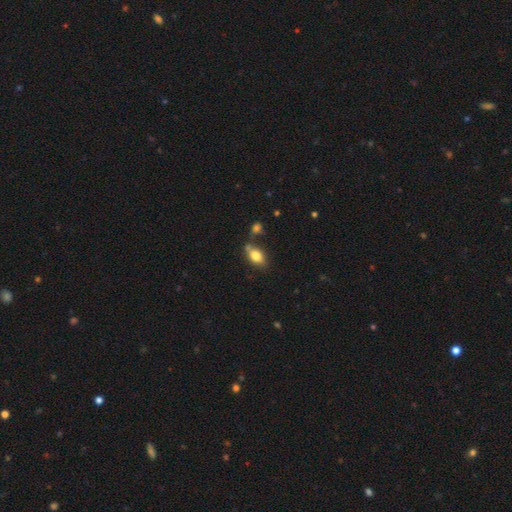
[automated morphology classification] smooth 80%, featured or disk 11%, star or artifact 9%. Down the decision tree: how rounded — in between (84%); merging — none (63%).